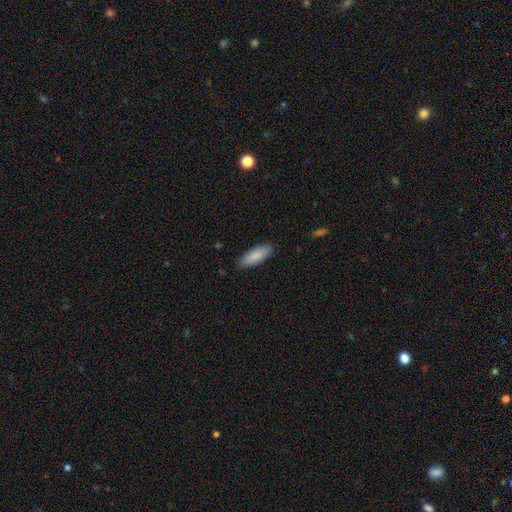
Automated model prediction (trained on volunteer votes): Morphology: type=smooth (88%); roundness=in between (65%); merging=none (87%).